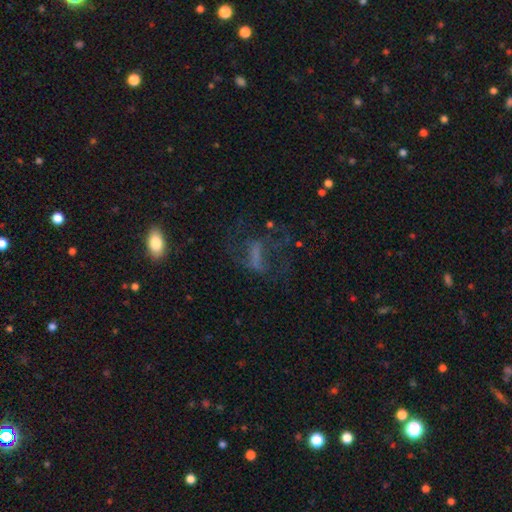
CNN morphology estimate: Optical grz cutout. It shows a featured or disk galaxy (47%). Merging: none (44%).